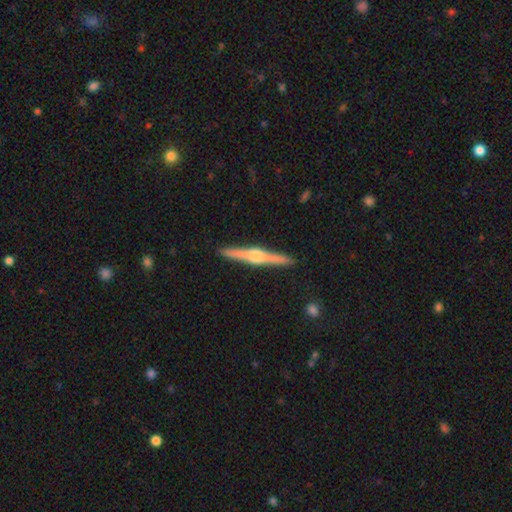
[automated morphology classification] Smooth or featured: featured or disk — 82% (smooth — 13%)
Edge-on disk: yes — 99% (no — 1%)
Edge-on bulge: rounded — 92% (boxy — 5%)
Merging: none — 93% (minor disturbance — 5%)